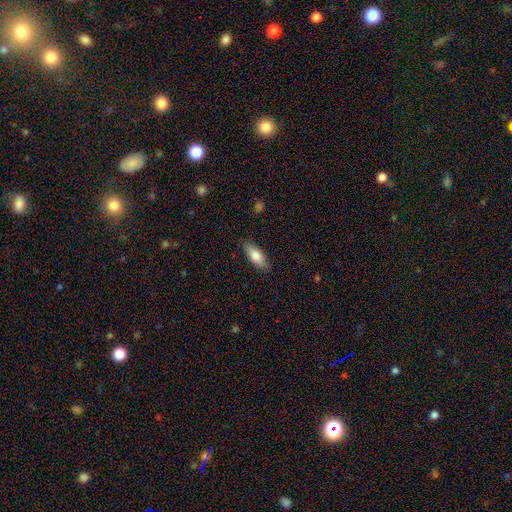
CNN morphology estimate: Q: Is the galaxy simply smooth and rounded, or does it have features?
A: smooth — 79%.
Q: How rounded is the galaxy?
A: in between — 74%.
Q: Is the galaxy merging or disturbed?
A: none — 86%.